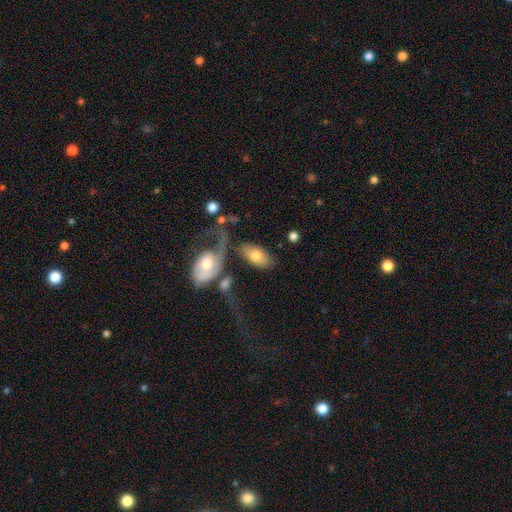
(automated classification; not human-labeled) Morphology: type=smooth (67%); roundness=in between (92%); merging=none (47%).